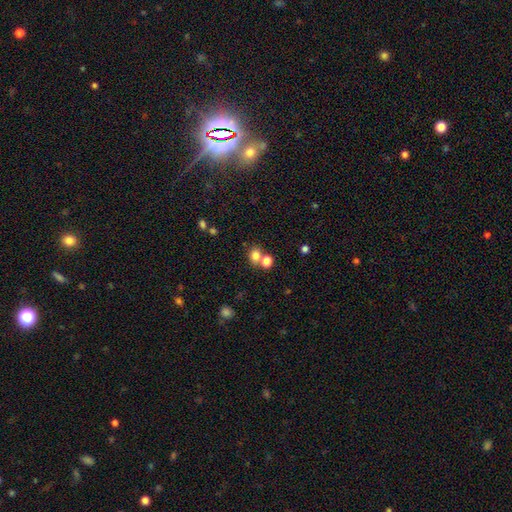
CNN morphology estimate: This is likely a smooth galaxy (78%). How rounded: likely round (66%). Merging: possibly none (53%).